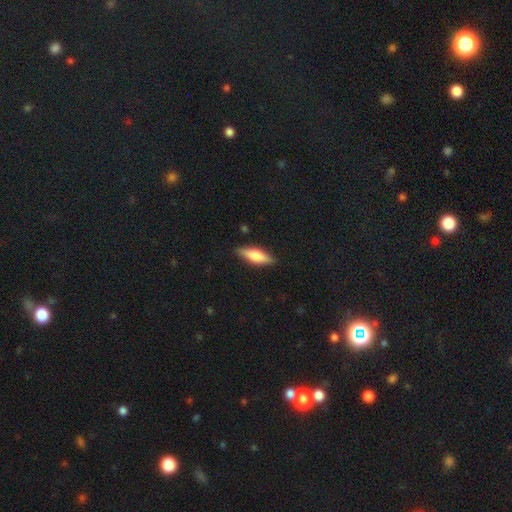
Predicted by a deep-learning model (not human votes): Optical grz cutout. It shows a smooth galaxy with no disk features (64%) that is in between round and cigar-shaped (51%). Merging: none (87%).